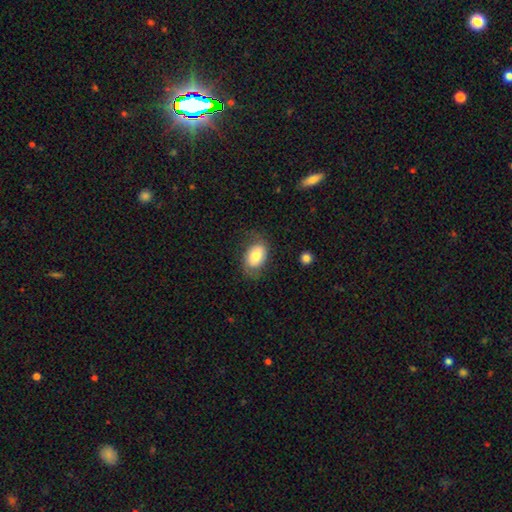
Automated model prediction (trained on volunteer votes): smooth 75%, featured or disk 18%, star or artifact 7%. Down the decision tree: how rounded — in between (86%); merging — none (65%).